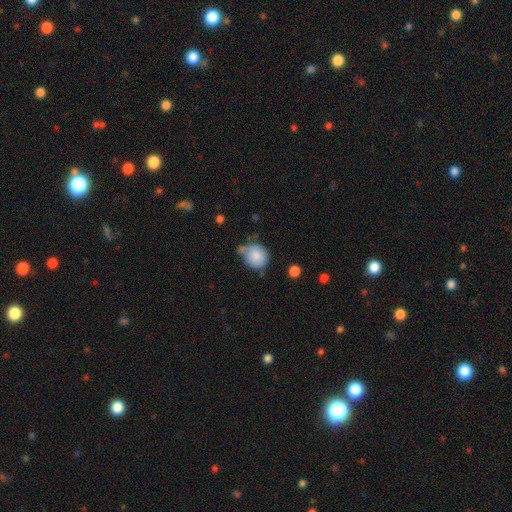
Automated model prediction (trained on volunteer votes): smooth 84%, star or artifact 8%, featured or disk 8%. Down the decision tree: how rounded — round (79%); merging — none (52%).